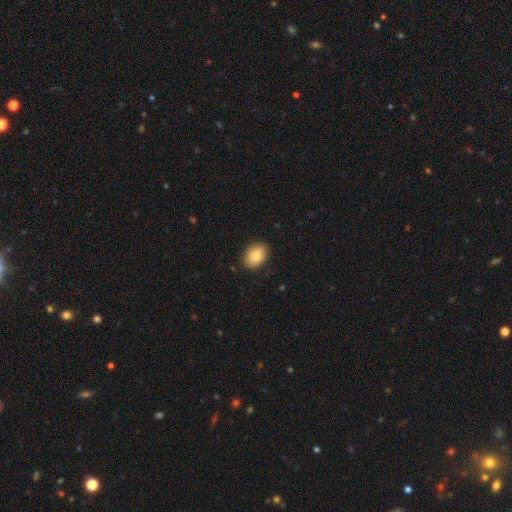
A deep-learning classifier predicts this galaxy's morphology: A smooth galaxy with no disk features (83%) that is in between round and cigar-shaped (77%). Merging: none (87%).